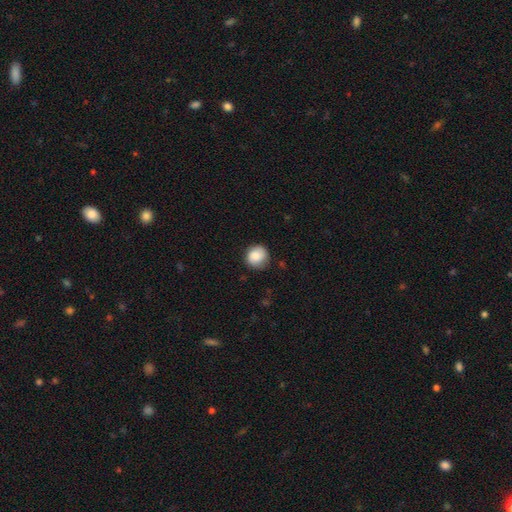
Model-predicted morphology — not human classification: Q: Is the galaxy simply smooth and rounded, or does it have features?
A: smooth — 85%.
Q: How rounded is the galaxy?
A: round — 88%.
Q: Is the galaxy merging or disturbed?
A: none — 79%.